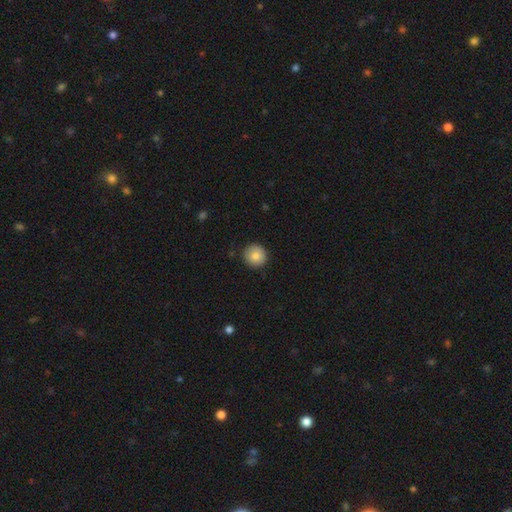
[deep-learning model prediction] Smooth or featured? smooth (83%)
How rounded? round (94%)
Merging? none (90%)